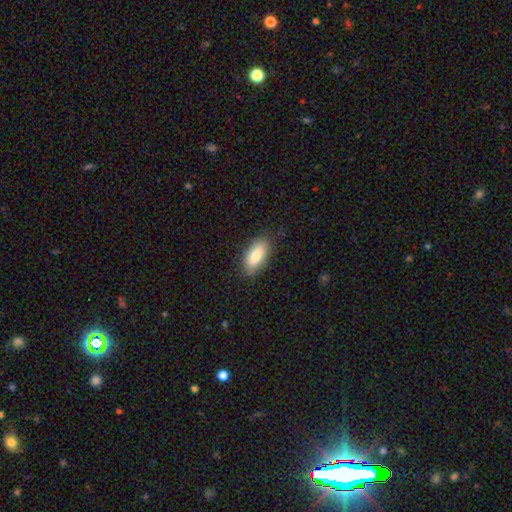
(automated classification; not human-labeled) Smooth or featured?
  - smooth: 83% *
  - featured or disk: 11%
  - star or artifact: 6%
How rounded?
  - in between: 88% *
  - cigar-shaped: 9%
  - round: 2%
Merging?
  - none: 83% *
  - minor disturbance: 13%
  - major disturbance: 3%
  - merger: 1%